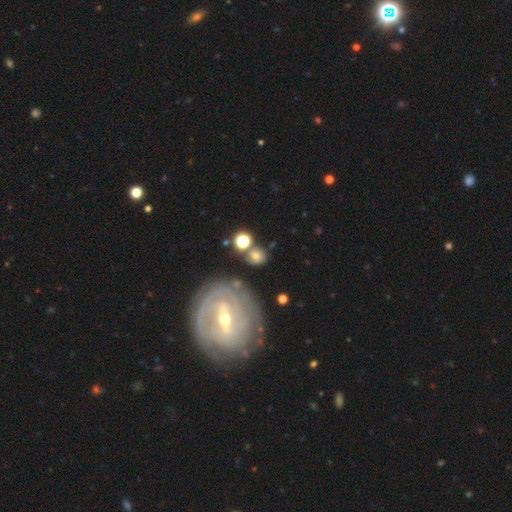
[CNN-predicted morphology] smooth-or-featured: smooth: 56% | featured or disk: 30% | star or artifact: 14%
  how-rounded: round: 70% | in between: 29% | cigar-shaped: 2%
  merging: none: 68% | minor disturbance: 14% | merger: 11% | major disturbance: 7%